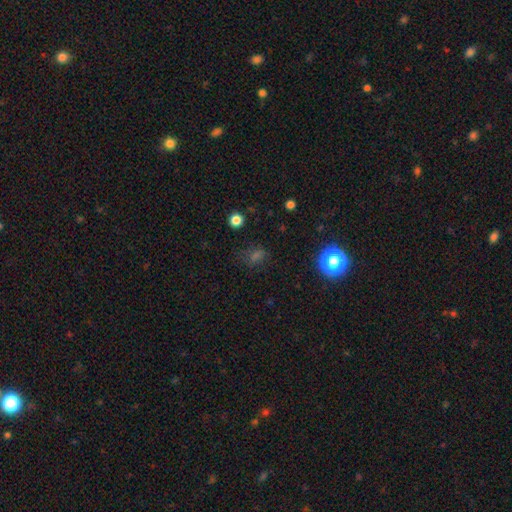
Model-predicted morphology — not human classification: Smooth or featured: smooth — 54% (star or artifact — 37%)
How rounded: round — 52% (in between — 46%)
Merging: none — 71% (minor disturbance — 17%)